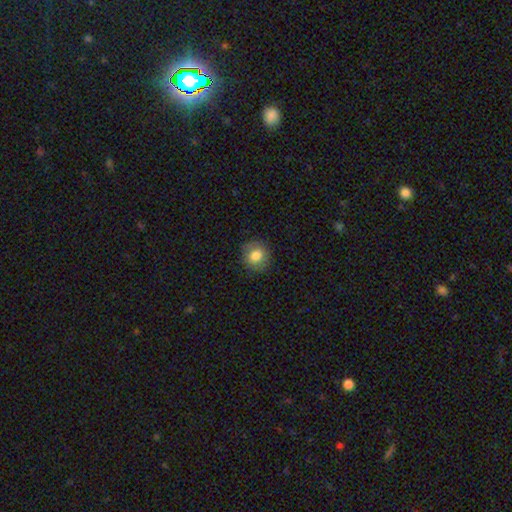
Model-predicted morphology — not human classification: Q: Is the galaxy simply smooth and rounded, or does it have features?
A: smooth — 80%.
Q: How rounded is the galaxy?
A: round — 82%.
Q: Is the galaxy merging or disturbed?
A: none — 86%.